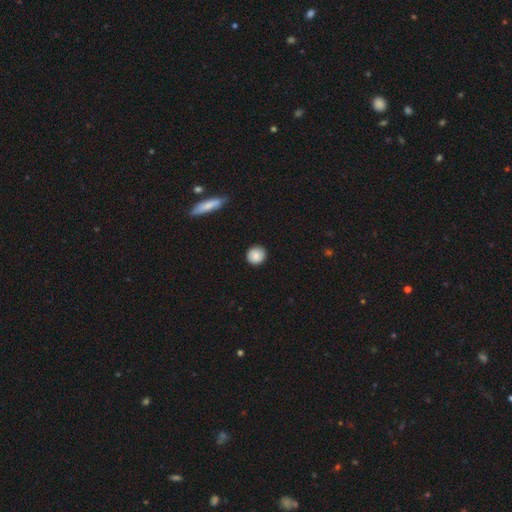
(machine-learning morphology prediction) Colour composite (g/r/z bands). It shows a smooth galaxy with no disk features (84%) that is round (91%). Merging: none (89%).